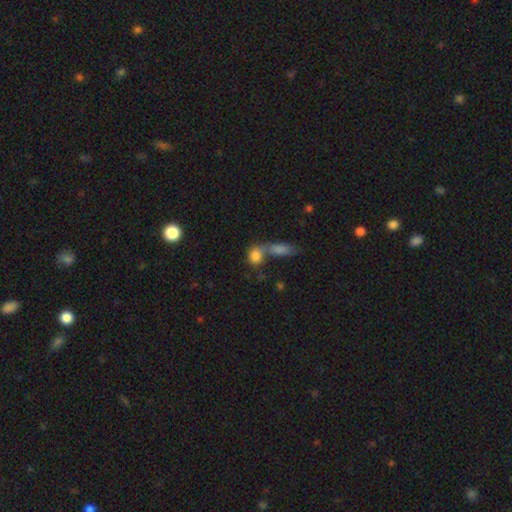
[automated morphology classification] type=smooth (80%); roundness=round (51%); merging=merger (55%).